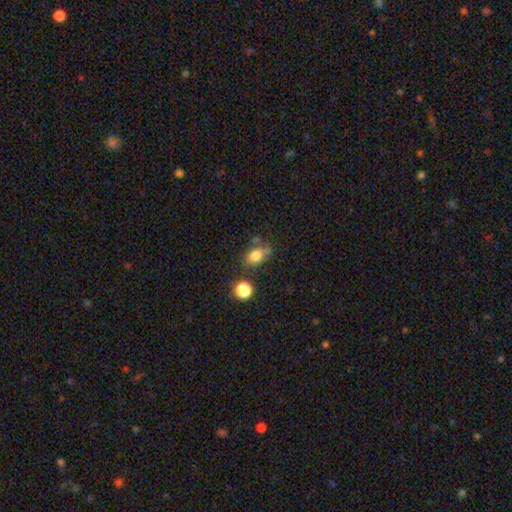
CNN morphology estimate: type=smooth (79%); roundness=in between (73%); merging=none (57%).